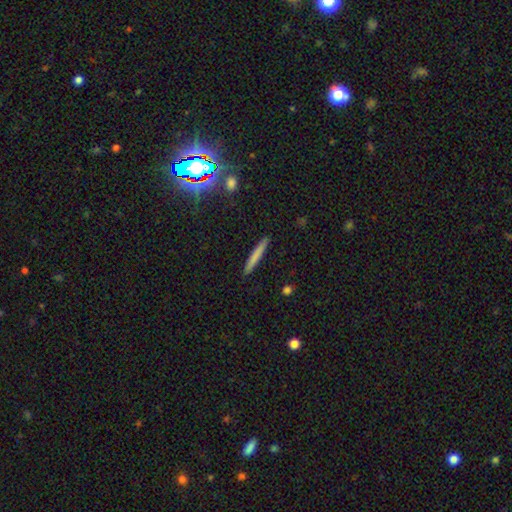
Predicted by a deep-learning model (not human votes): Morphology: type=smooth (72%); roundness=cigar-shaped (96%); merging=none (91%).